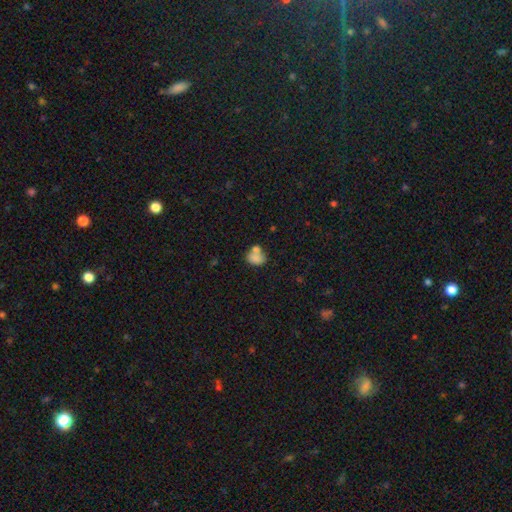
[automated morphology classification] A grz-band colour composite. It shows a smooth galaxy with no disk features (78%) that is in between round and cigar-shaped (55%). Merging: merger (46%).